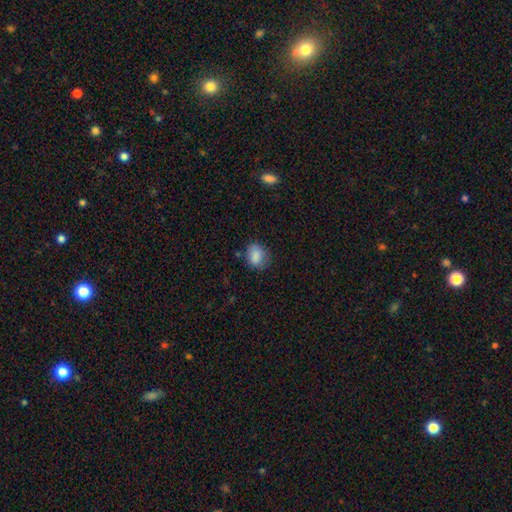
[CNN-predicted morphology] smooth 85%, star or artifact 9%, featured or disk 6%. Down the decision tree: how rounded — in between (53%); merging — none (69%).